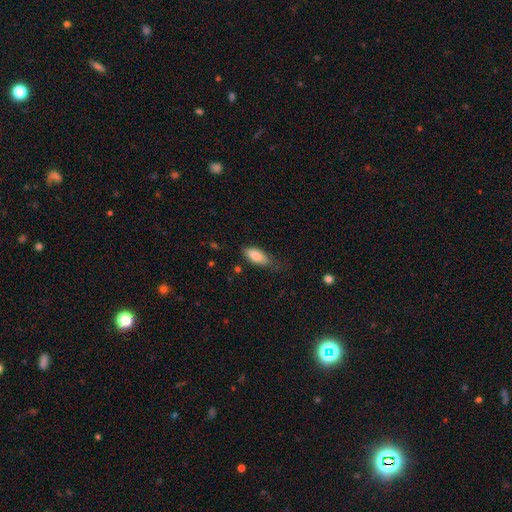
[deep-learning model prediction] This appears to be a smooth galaxy with no disk features (85%) that is in between round and cigar-shaped (83%). Merging: none (65%).